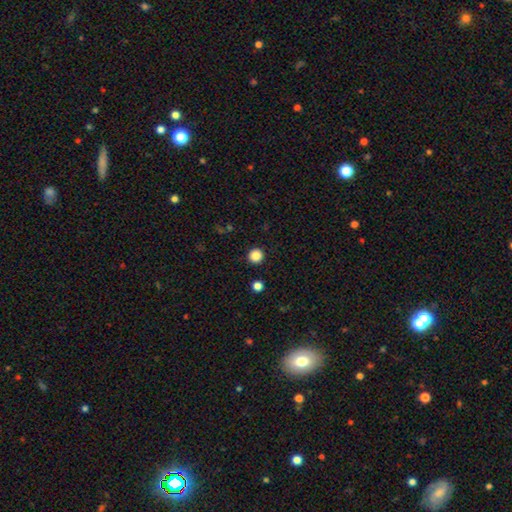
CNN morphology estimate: The model was most divided on "smooth or featured": smooth: 85%, star or artifact: 11%, featured or disk: 3%. More confident: how rounded — round (96%); merging — none (93%).